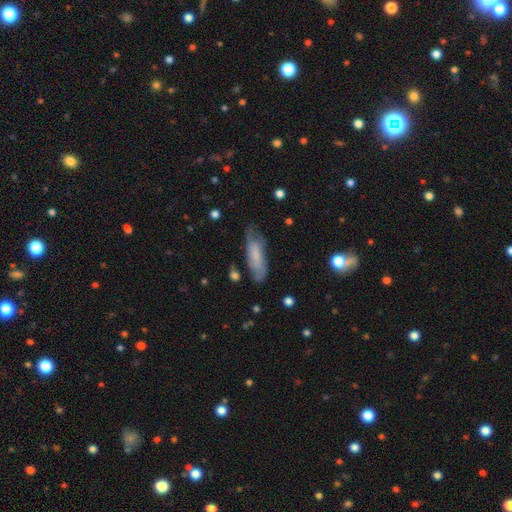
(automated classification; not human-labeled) smooth_or_featured: smooth (p=0.56) [alt: featured or disk p=0.36]
how_rounded: in between (p=0.51) [alt: cigar-shaped p=0.47]
merging: none (p=0.64) [alt: minor disturbance p=0.25]